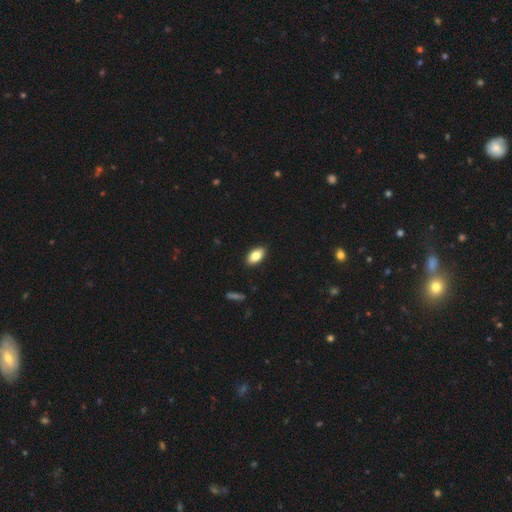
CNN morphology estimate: smooth 82%, featured or disk 11%, star or artifact 7%. Down the decision tree: how rounded — in between (92%); merging — none (89%).